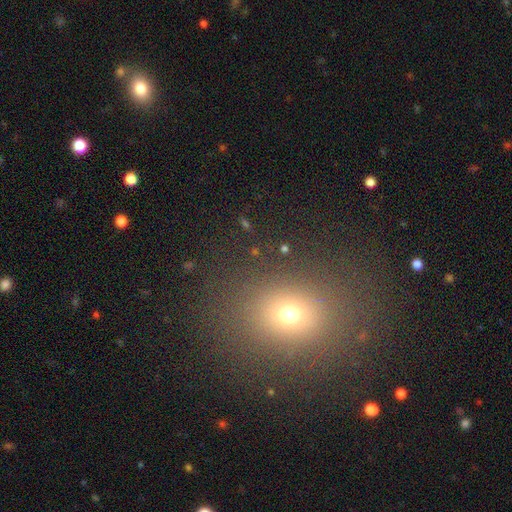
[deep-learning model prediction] This appears to be a smooth galaxy with no disk features (63%) that is round (55%). Merging: none (87%).